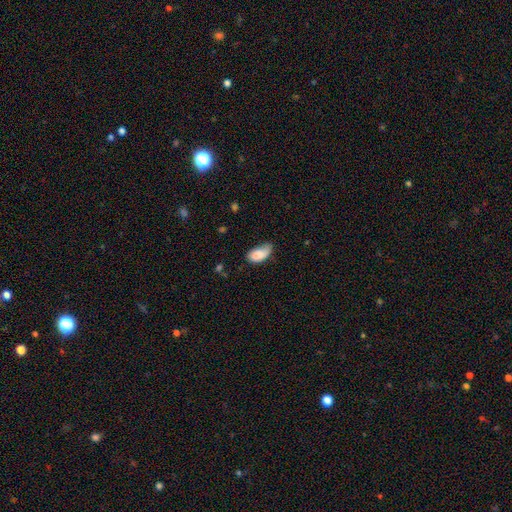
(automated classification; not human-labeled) Smooth or featured?
  - smooth: 82% *
  - featured or disk: 10%
  - star or artifact: 7%
How rounded?
  - in between: 93% *
  - round: 4%
  - cigar-shaped: 3%
Merging?
  - minor disturbance: 41% *
  - none: 38%
  - major disturbance: 16%
  - merger: 4%